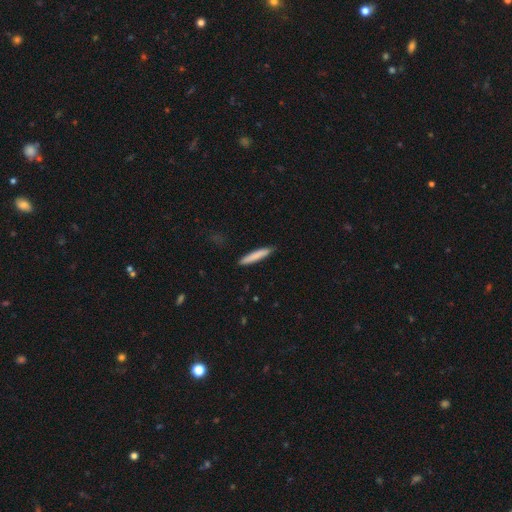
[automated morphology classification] Smooth or featured?
  - smooth: 81% *
  - featured or disk: 14%
  - star or artifact: 5%
How rounded?
  - cigar-shaped: 93% *
  - in between: 6%
  - round: 1%
Merging?
  - none: 88% *
  - minor disturbance: 9%
  - major disturbance: 2%
  - merger: 1%